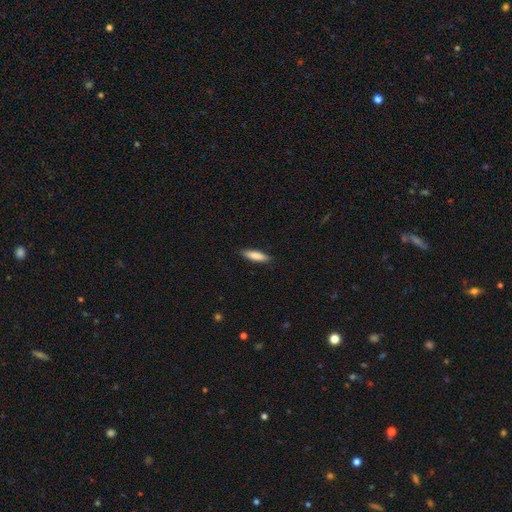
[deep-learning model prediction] Morphology: type=smooth (83%); roundness=cigar-shaped (64%); merging=none (87%).